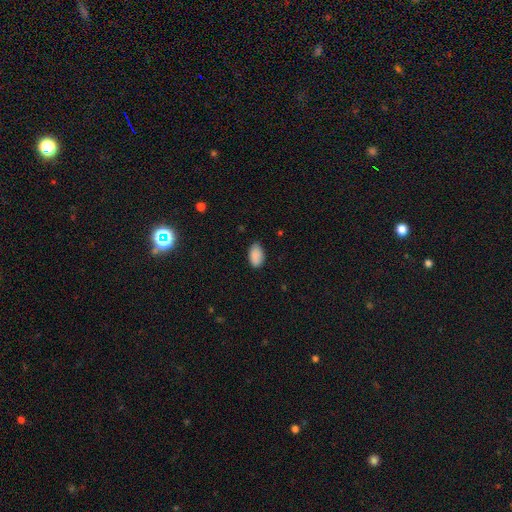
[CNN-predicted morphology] type=smooth (89%); roundness=in between (94%); merging=none (79%).